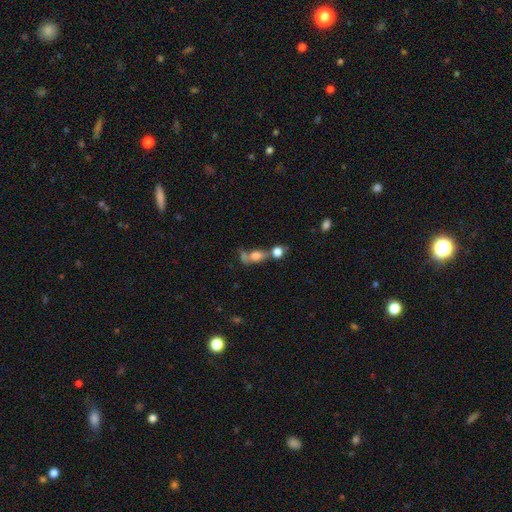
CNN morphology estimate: Smooth or featured?
  - smooth: 66% *
  - featured or disk: 20%
  - star or artifact: 14%
How rounded?
  - in between: 62% *
  - round: 29%
  - cigar-shaped: 10%
Merging?
  - merger: 45% *
  - none: 30%
  - major disturbance: 13%
  - minor disturbance: 12%